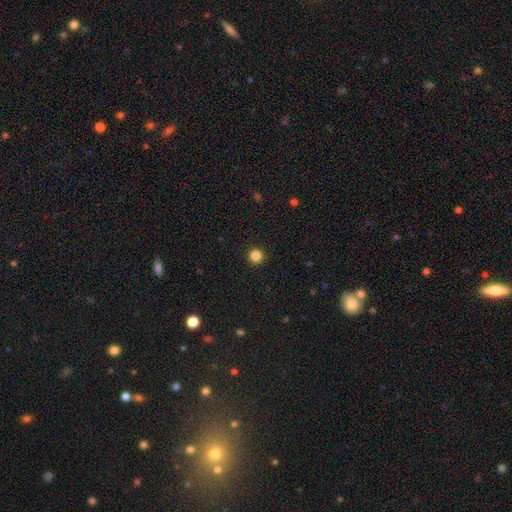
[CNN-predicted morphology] A smooth galaxy with no disk features (85%) that is round (96%).

Vote fractions:
- Smooth or featured? smooth: 85% / star or artifact: 12% / featured or disk: 3%
- How rounded? round: 96% / in between: 3% / cigar-shaped: 1%
- Merging? none: 94% / minor disturbance: 4% / major disturbance: 2% / merger: 1%